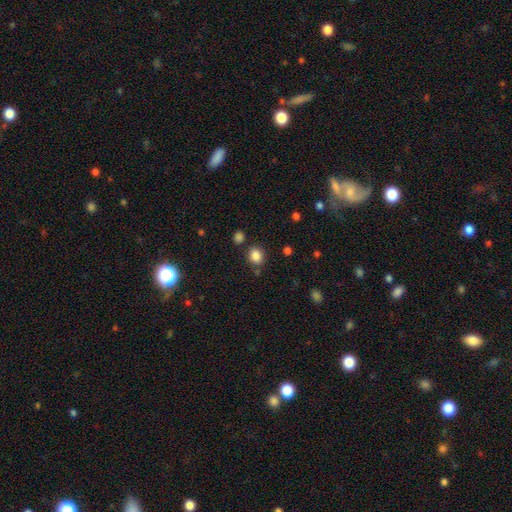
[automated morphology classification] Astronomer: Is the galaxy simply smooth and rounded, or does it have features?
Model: smooth — 85%.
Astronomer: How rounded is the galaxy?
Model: round — 69%.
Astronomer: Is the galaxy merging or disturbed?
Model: none — 81%.